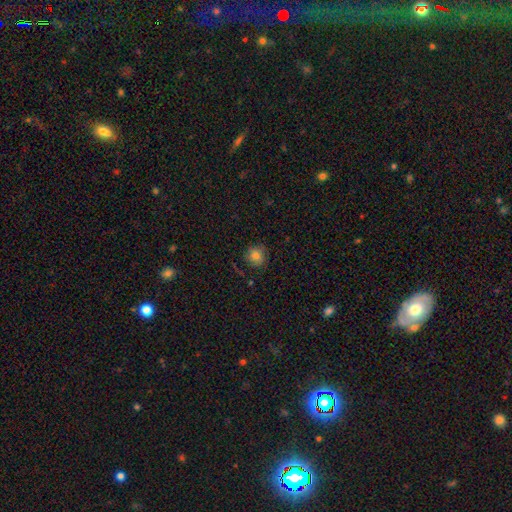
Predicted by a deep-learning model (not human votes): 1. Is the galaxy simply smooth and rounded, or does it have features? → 80% smooth, 12% star or artifact, 8% featured or disk.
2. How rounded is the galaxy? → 87% round, 12% in between, 1% cigar-shaped.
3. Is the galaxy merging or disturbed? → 80% none, 15% minor disturbance, 4% major disturbance, 2% merger.